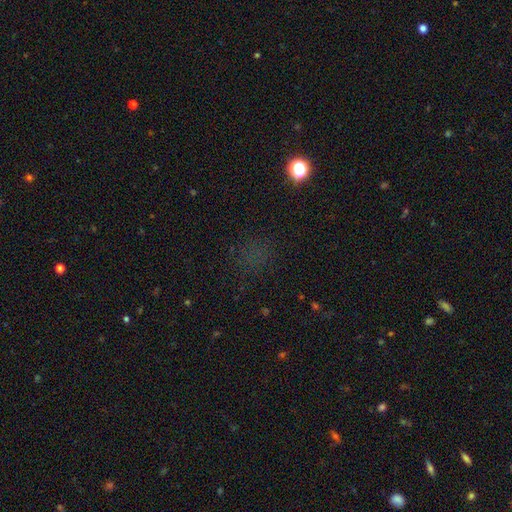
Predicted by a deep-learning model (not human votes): A star or artifact, not a galaxy (47%).